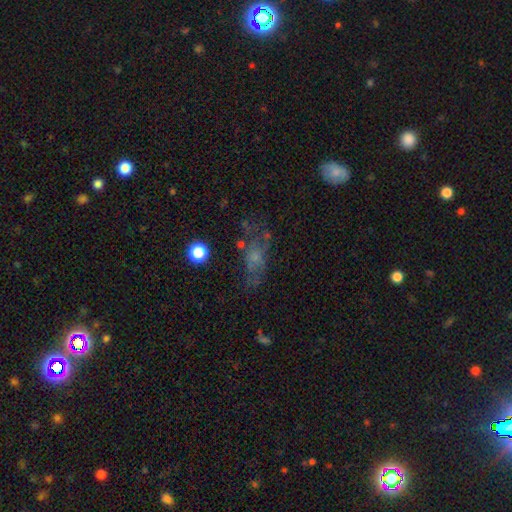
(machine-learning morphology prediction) Smooth or featured? Predicted: smooth (p=0.46). Merging? Predicted: none (p=0.49).